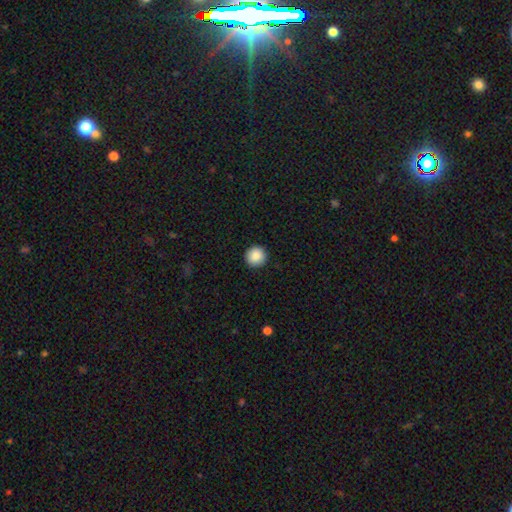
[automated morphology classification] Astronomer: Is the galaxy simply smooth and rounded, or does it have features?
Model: smooth — 88%.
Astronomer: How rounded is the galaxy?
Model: round — 96%.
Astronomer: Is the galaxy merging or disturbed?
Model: none — 93%.